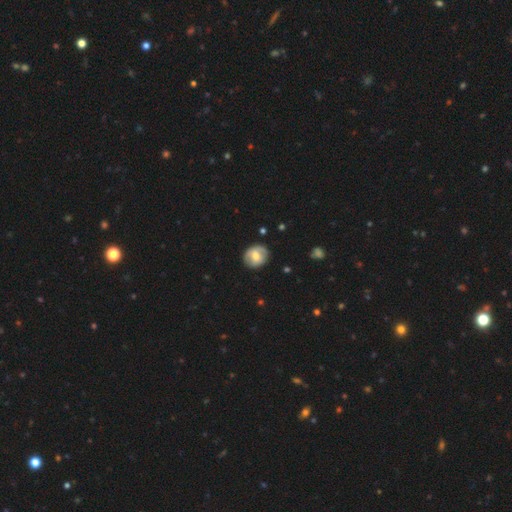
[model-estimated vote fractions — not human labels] Overall: smooth (58%; featured or disk 35%). How rounded: round (71%). Merging: none (79%).